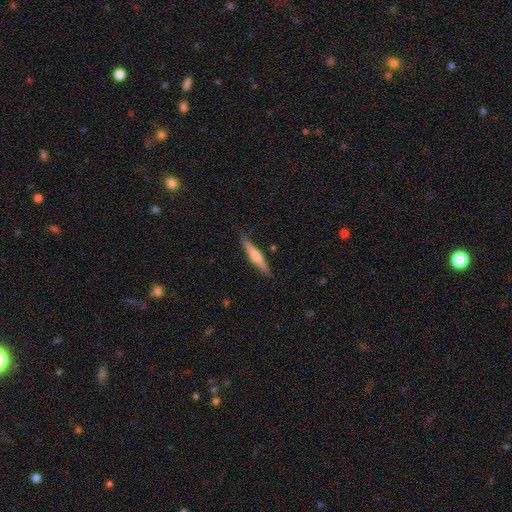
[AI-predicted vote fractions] Smooth or featured: smooth — 50% (featured or disk — 44%)
Merging: none — 85% (minor disturbance — 11%)